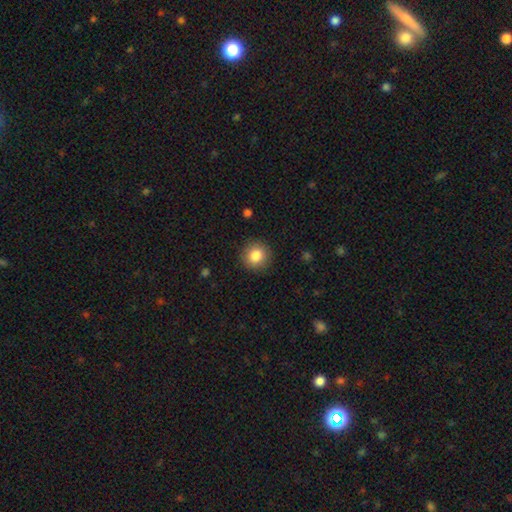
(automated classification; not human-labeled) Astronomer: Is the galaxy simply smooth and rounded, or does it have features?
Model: smooth — 84%.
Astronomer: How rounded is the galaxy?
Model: round — 92%.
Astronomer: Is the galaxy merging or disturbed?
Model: none — 90%.